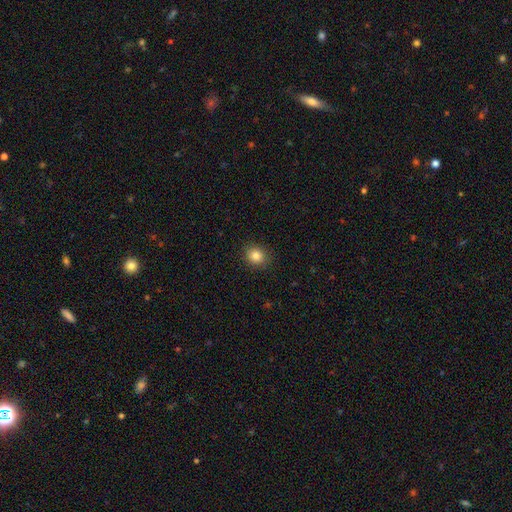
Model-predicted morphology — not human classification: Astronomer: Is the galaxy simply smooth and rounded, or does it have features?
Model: smooth — 84%.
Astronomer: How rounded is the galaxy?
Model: round — 74%.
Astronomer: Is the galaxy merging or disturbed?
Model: none — 89%.